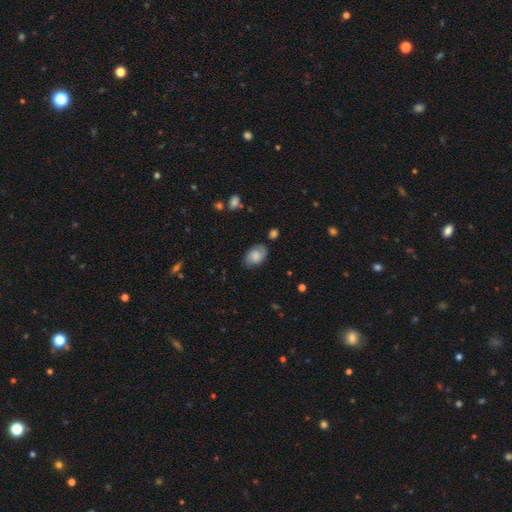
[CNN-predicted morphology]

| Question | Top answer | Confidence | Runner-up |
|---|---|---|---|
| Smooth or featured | smooth | 51% | featured or disk (41%) |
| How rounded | in between | 85% | round (13%) |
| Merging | none | 76% | minor disturbance (17%) |